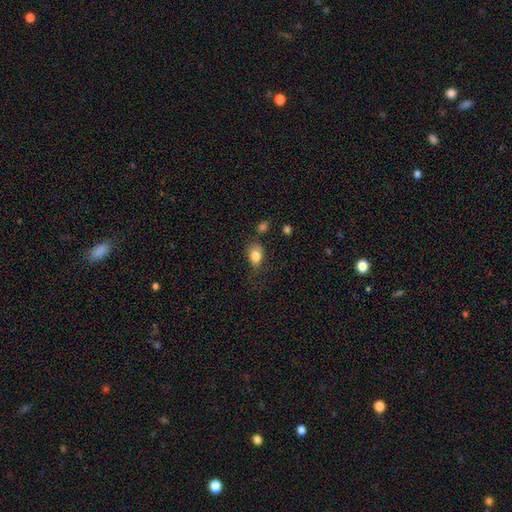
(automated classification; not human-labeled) Smooth or featured?
  - smooth: 84% *
  - star or artifact: 9%
  - featured or disk: 7%
How rounded?
  - in between: 74% *
  - round: 25%
  - cigar-shaped: 2%
Merging?
  - none: 64% *
  - minor disturbance: 24%
  - major disturbance: 7%
  - merger: 5%